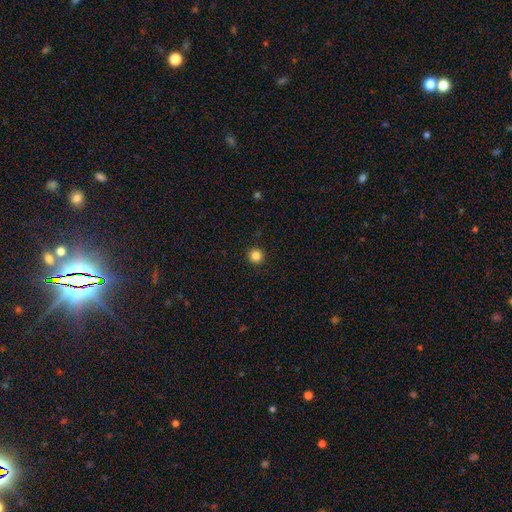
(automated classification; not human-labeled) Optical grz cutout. It shows a smooth galaxy with no disk features (84%) that is round (95%). Merging: none (93%).